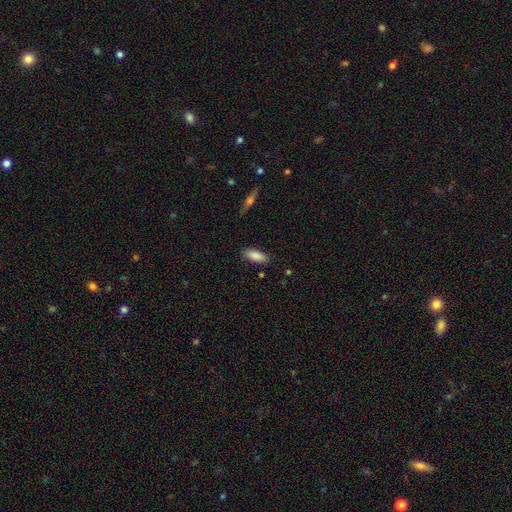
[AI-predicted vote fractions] smooth_or_featured: smooth (p=0.87) [alt: featured or disk p=0.07]
how_rounded: in between (p=0.76) [alt: cigar-shaped p=0.22]
merging: none (p=0.84) [alt: minor disturbance p=0.12]